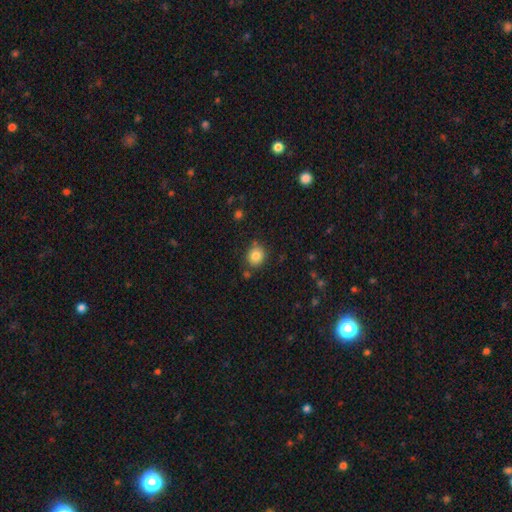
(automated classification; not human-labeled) Smooth or featured?
  - smooth: 83% *
  - star or artifact: 10%
  - featured or disk: 7%
How rounded?
  - round: 78% *
  - in between: 21%
  - cigar-shaped: 1%
Merging?
  - none: 80% *
  - minor disturbance: 12%
  - merger: 5%
  - major disturbance: 3%